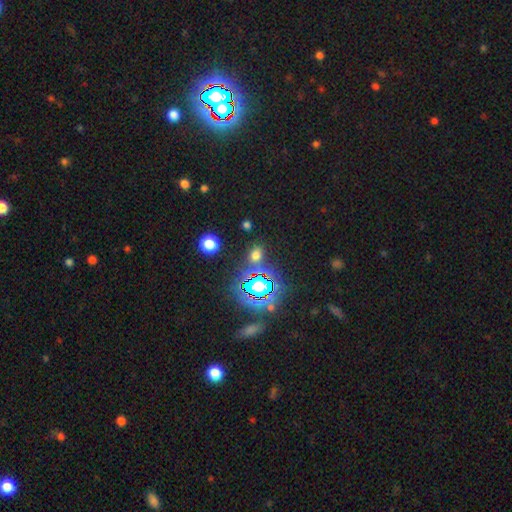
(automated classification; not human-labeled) smooth 53%, star or artifact 39%, featured or disk 8%. Down the decision tree: how rounded — in between (56%); merging — none (78%).